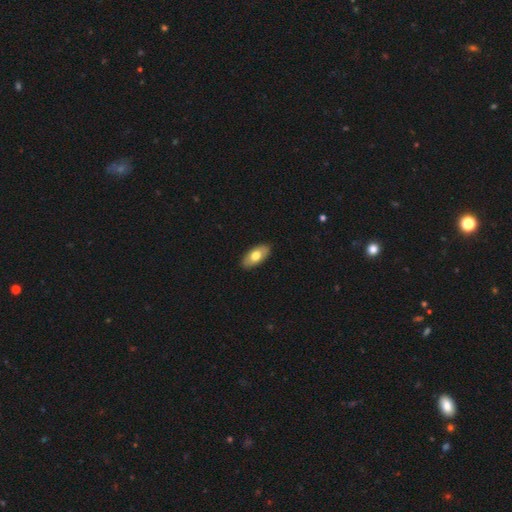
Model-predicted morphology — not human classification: Smooth or featured?
  - smooth: 71% *
  - featured or disk: 23%
  - star or artifact: 6%
How rounded?
  - in between: 91% *
  - cigar-shaped: 6%
  - round: 3%
Merging?
  - none: 89% *
  - minor disturbance: 8%
  - major disturbance: 2%
  - merger: 1%